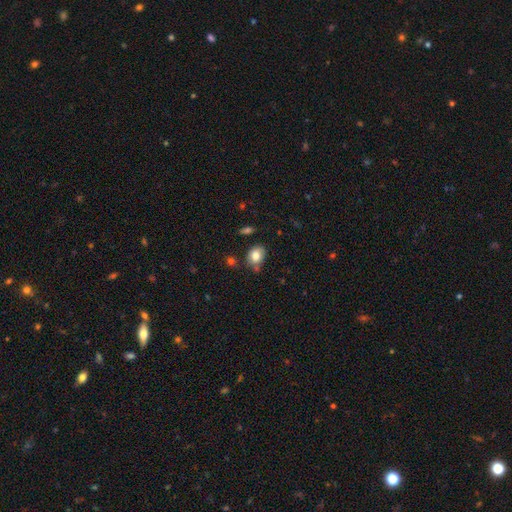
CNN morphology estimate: Q: Smooth or featured?
A: smooth (80%); runner-up: featured or disk (10%)
Q: How rounded?
A: in between (54%); runner-up: round (45%)
Q: Merging?
A: none (71%); runner-up: minor disturbance (18%)